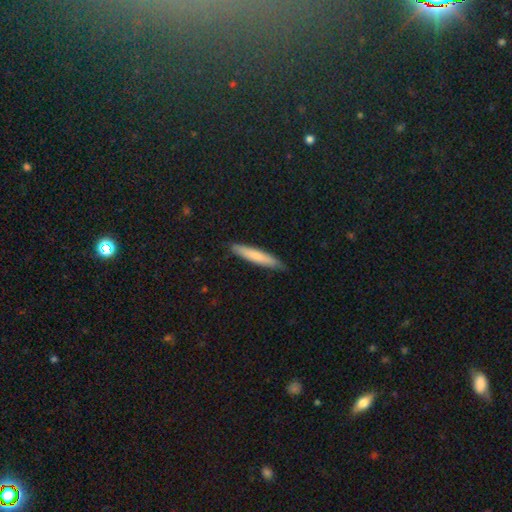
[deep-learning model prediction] The model was most divided on "smooth or featured": smooth: 73%, featured or disk: 22%, star or artifact: 5%. More confident: how rounded — cigar-shaped (93%); merging — none (88%).